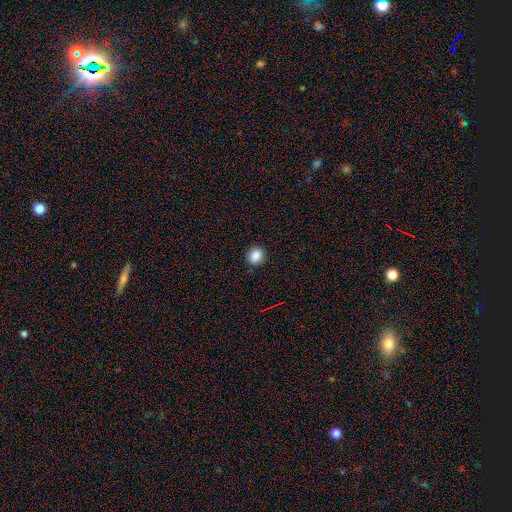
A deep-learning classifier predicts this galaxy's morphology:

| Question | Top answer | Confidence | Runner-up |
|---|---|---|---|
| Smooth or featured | smooth | 85% | star or artifact (10%) |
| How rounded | round | 79% | in between (20%) |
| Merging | none | 88% | minor disturbance (9%) |